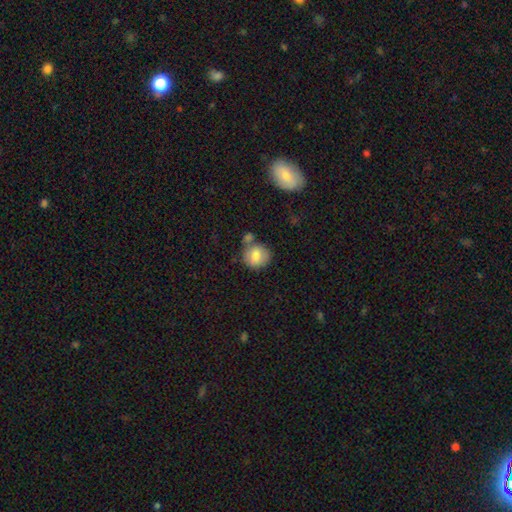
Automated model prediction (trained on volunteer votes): A smooth galaxy with no disk features (81%) that is round (82%). Merging: none (58%).